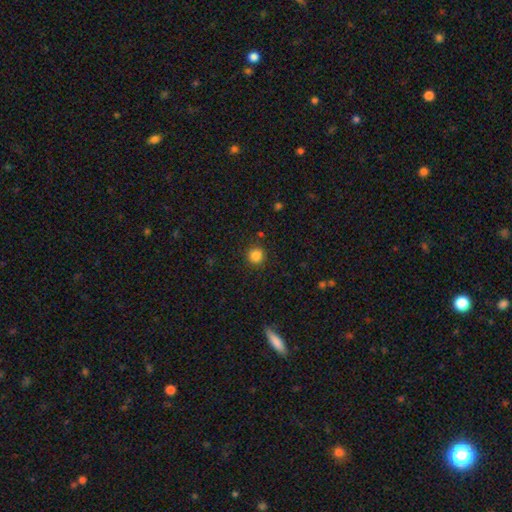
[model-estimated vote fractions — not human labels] Morphology: type=smooth (84%); roundness=round (93%); merging=none (89%).